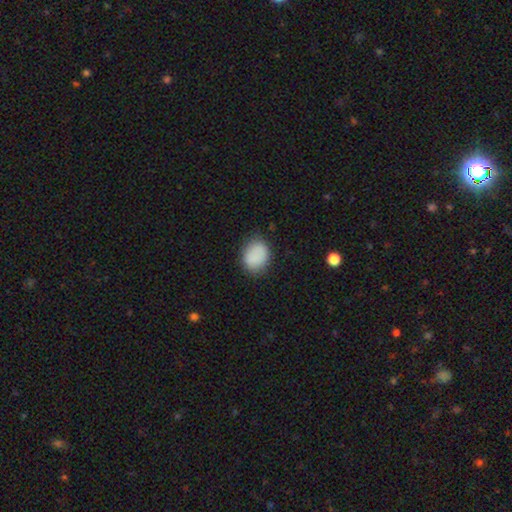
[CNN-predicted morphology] Smooth or featured? Predicted: smooth (p=0.86). How rounded? Predicted: in between (p=0.52). Merging? Predicted: none (p=0.79).